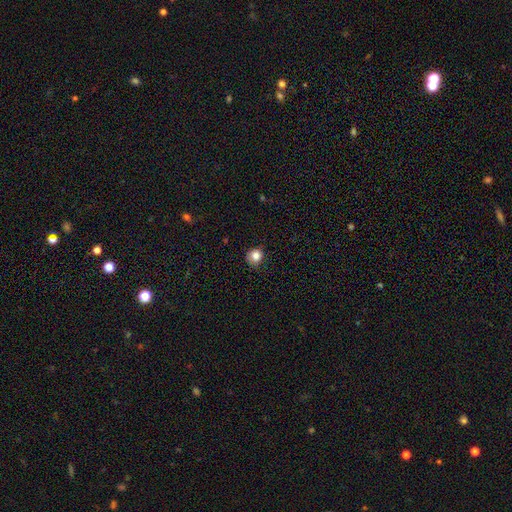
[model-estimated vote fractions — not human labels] This appears to be a smooth galaxy with no disk features (82%) that is round (86%). Merging: none (80%).